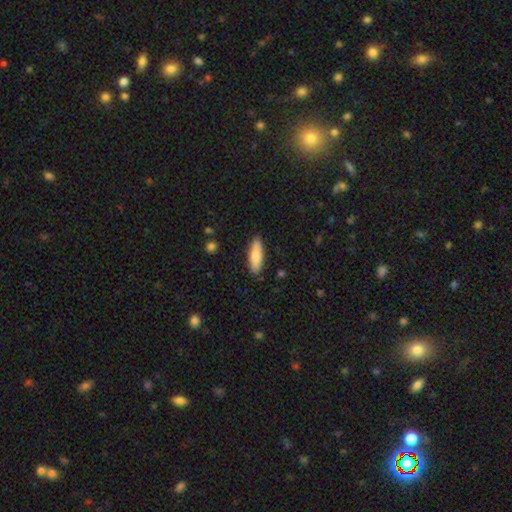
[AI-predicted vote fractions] Overall: smooth (82%). How rounded: in between (52%; cigar-shaped 46%). Merging: none (86%).